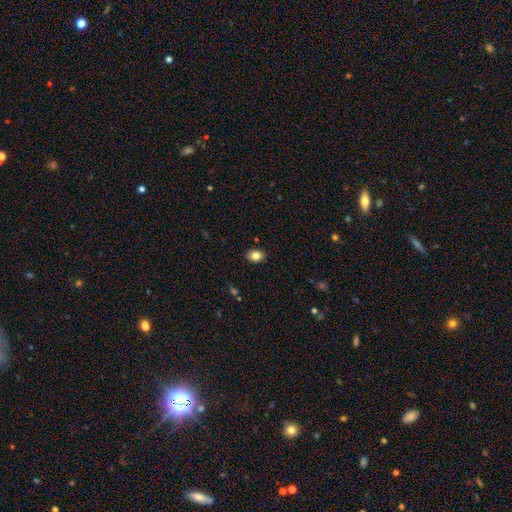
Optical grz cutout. It shows a smooth galaxy with no disk features (82%) that is in between round and cigar-shaped (62%). Merging: none (94%).